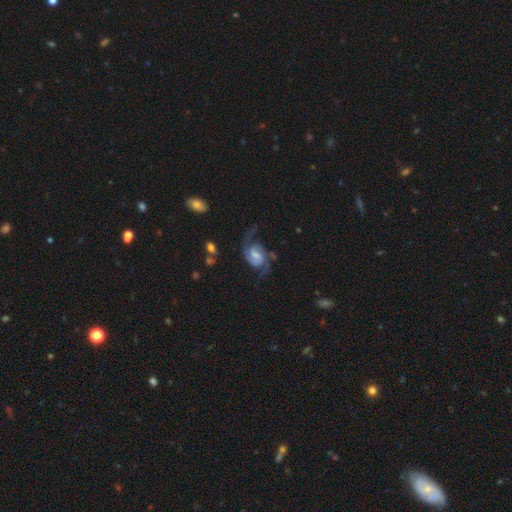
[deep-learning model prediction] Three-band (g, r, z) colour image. It shows a featured or disk galaxy (86%) with a weak bar (54%), 2 (84%) medium (49%) spiral arms (96%) and a moderate central bulge (36%). Merging: none (56%).